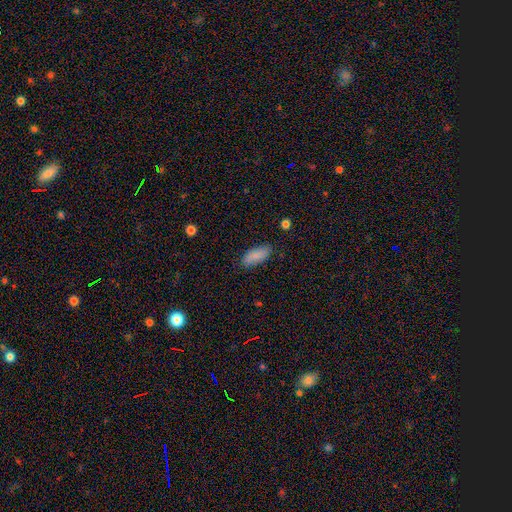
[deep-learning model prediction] This is clearly a smooth galaxy (88%). How rounded: clearly in between (81%). Merging: clearly none (84%).